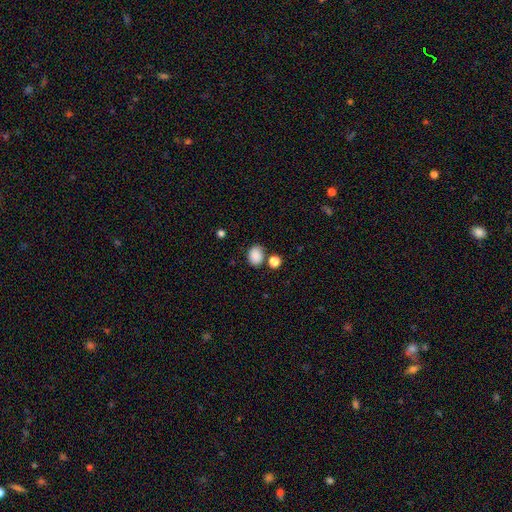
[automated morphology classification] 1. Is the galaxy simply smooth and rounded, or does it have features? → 86% smooth, 9% star or artifact, 4% featured or disk.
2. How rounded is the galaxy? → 59% in between, 40% round, 1% cigar-shaped.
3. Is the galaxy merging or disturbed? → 72% none, 14% minor disturbance, 11% merger, 4% major disturbance.